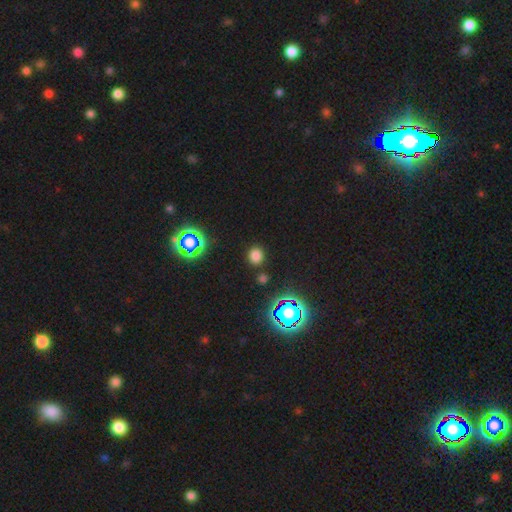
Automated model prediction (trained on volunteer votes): smooth 72%, star or artifact 22%, featured or disk 5%. Down the decision tree: how rounded — round (77%); merging — none (87%).